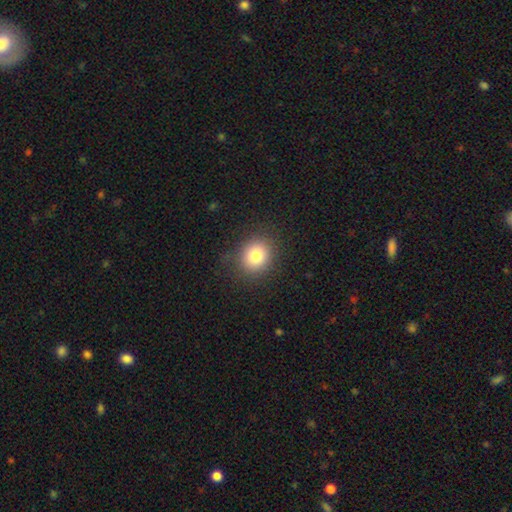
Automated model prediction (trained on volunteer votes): The model was most divided on "how rounded": round: 71%, in between: 28%, cigar-shaped: 1%. More confident: merging — none (84%); smooth or featured — smooth (80%).